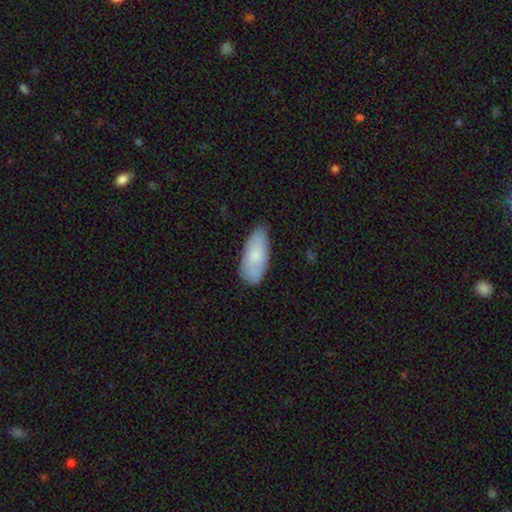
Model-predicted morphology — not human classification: smooth_or_featured: smooth (p=0.71) [alt: featured or disk p=0.23]
how_rounded: in between (p=0.88) [alt: cigar-shaped p=0.10]
merging: none (p=0.75) [alt: minor disturbance p=0.20]